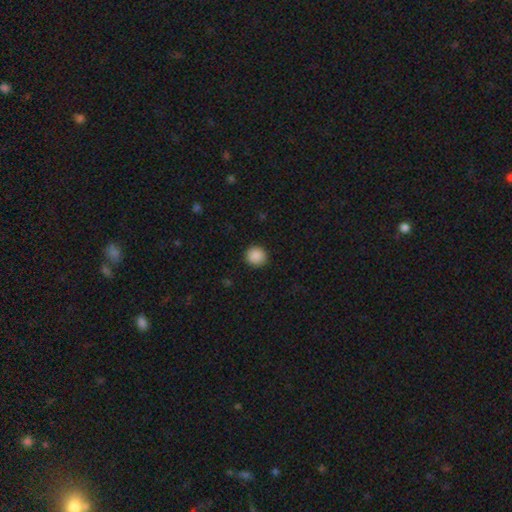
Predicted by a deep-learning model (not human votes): Smooth or featured? Predicted: smooth (p=0.89). How rounded? Predicted: round (p=0.93). Merging? Predicted: none (p=0.92).